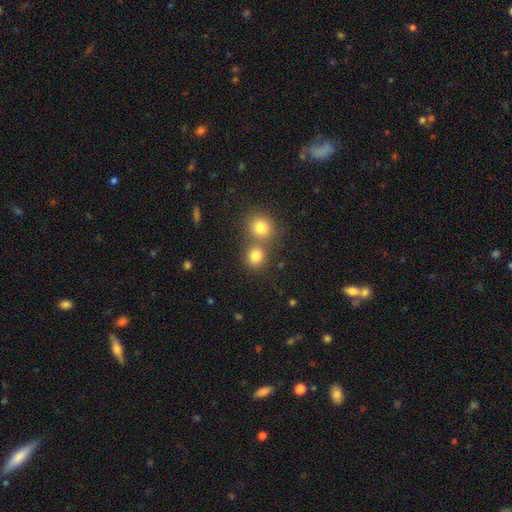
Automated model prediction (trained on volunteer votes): This is clearly a smooth galaxy (81%). How rounded: clearly round (81%). Merging: possibly none (55%).